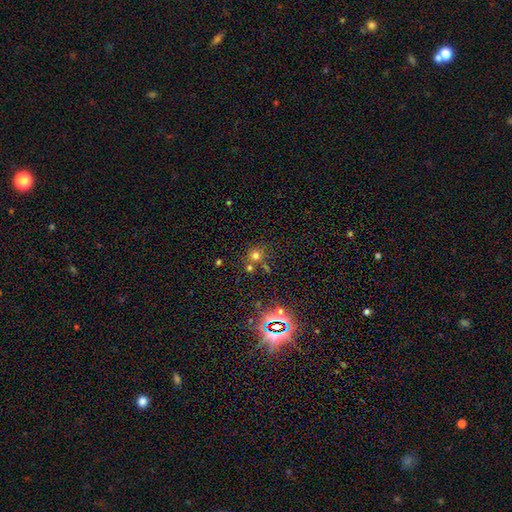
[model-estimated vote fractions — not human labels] This appears to be a smooth galaxy with no disk features (62%) that is round (91%). Merging: none (67%).